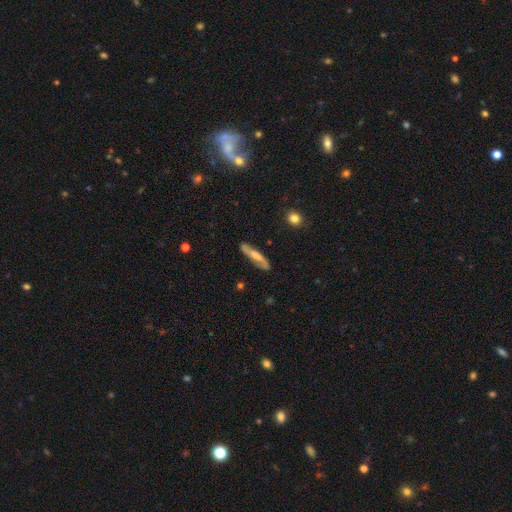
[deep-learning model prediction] Smooth or featured? featured or disk (51%)
Edge-on disk? no (59%)
Merging? none (82%)